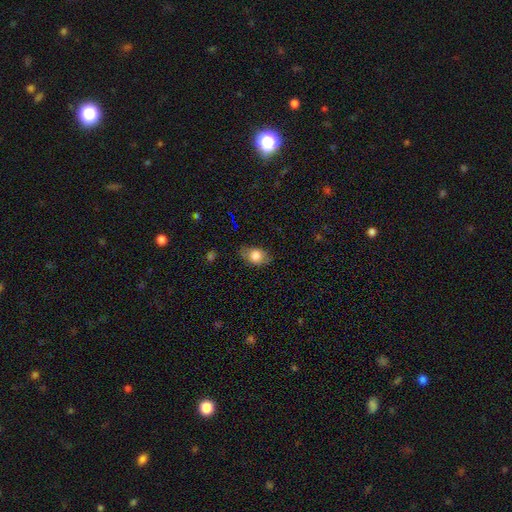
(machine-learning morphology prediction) smooth_or_featured: smooth (p=0.78) [alt: featured or disk p=0.13]
how_rounded: in between (p=0.79) [alt: round p=0.19]
merging: none (p=0.75) [alt: minor disturbance p=0.19]